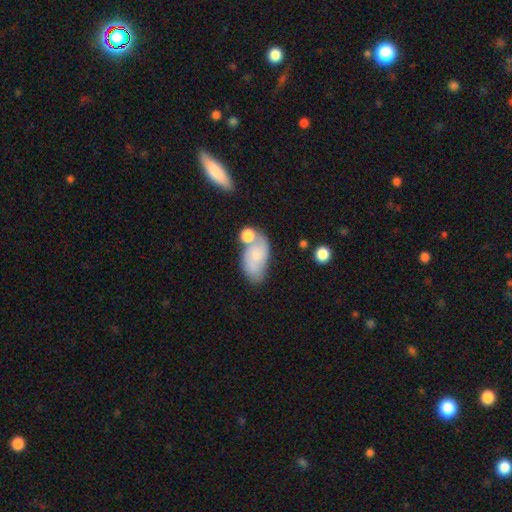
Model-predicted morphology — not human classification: Smooth or featured? Predicted: smooth (p=0.57). How rounded? Predicted: in between (p=0.91). Merging? Predicted: none (p=0.42).